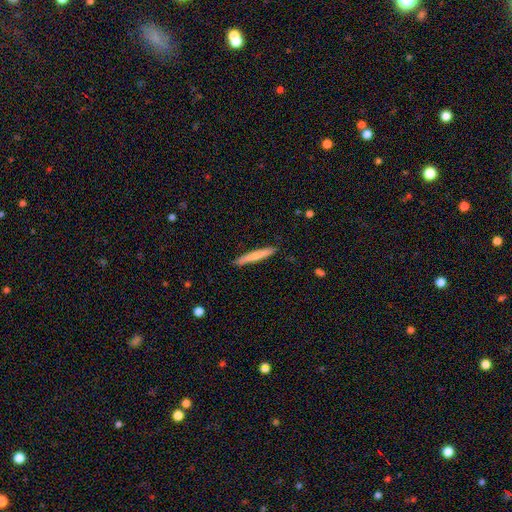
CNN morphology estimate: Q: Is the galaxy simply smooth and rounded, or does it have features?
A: smooth — 72%.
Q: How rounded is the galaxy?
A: cigar-shaped — 95%.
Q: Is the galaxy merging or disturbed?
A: none — 89%.